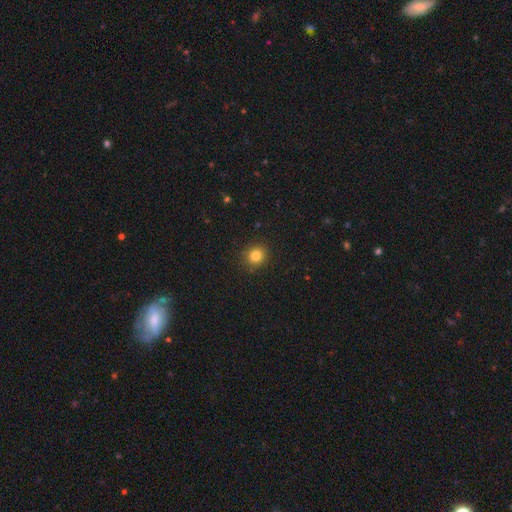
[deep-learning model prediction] Smooth or featured: smooth — 82% (star or artifact — 12%)
How rounded: round — 83% (in between — 16%)
Merging: none — 90% (minor disturbance — 7%)